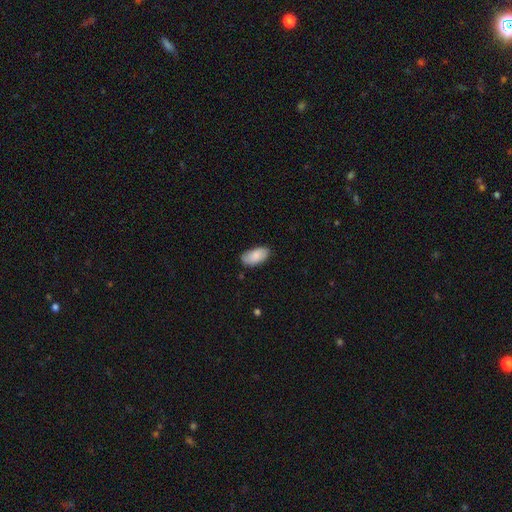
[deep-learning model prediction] A smooth galaxy with no disk features (86%) that is in between round and cigar-shaped (95%). Merging: none (80%).